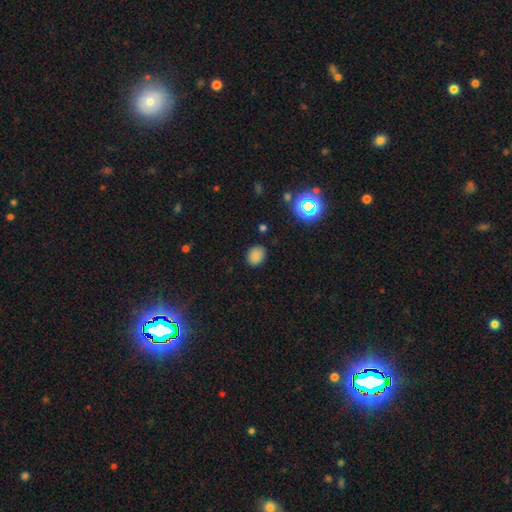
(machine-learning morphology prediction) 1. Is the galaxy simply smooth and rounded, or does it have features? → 80% smooth, 15% star or artifact, 6% featured or disk.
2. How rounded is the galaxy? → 50% in between, 49% round, 1% cigar-shaped.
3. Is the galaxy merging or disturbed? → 84% none, 12% minor disturbance, 3% major disturbance, 2% merger.